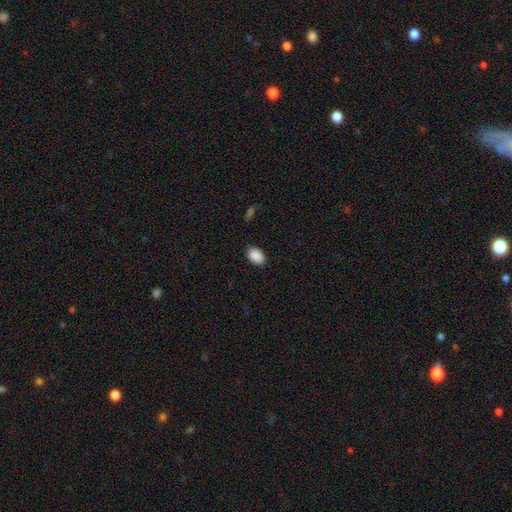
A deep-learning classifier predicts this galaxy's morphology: smooth 90%, star or artifact 7%, featured or disk 3%. Down the decision tree: how rounded — in between (86%); merging — none (87%).